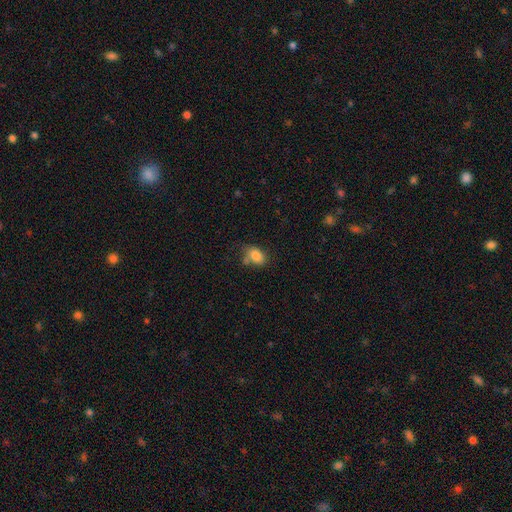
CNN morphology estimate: This is clearly a smooth galaxy (83%). How rounded: clearly in between (81%). Merging: possibly none (58%).